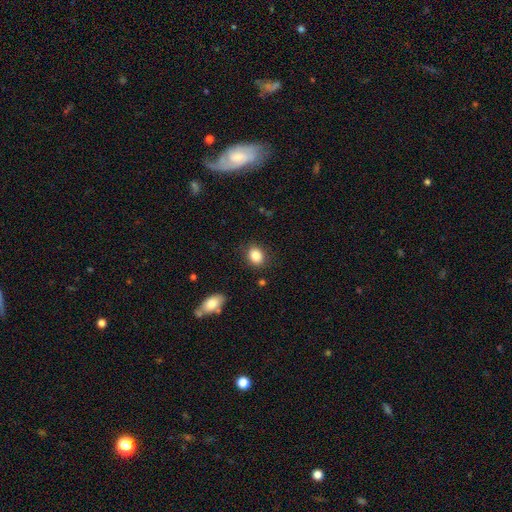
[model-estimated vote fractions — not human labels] This appears to be a smooth galaxy with no disk features (85%) that is in between round and cigar-shaped (55%). Merging: none (86%).